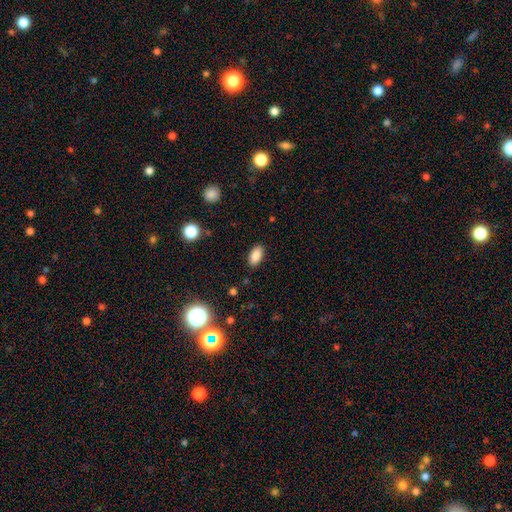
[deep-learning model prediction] smooth_or_featured: smooth (p=0.85) [alt: star or artifact p=0.09]
how_rounded: in between (p=0.90) [alt: cigar-shaped p=0.06]
merging: none (p=0.88) [alt: minor disturbance p=0.09]